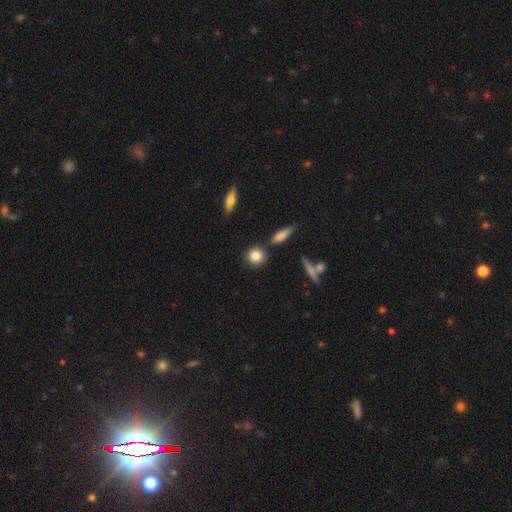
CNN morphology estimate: Smooth or featured: smooth — 83% (star or artifact — 9%)
How rounded: round — 84% (in between — 13%)
Merging: none — 83% (minor disturbance — 9%)